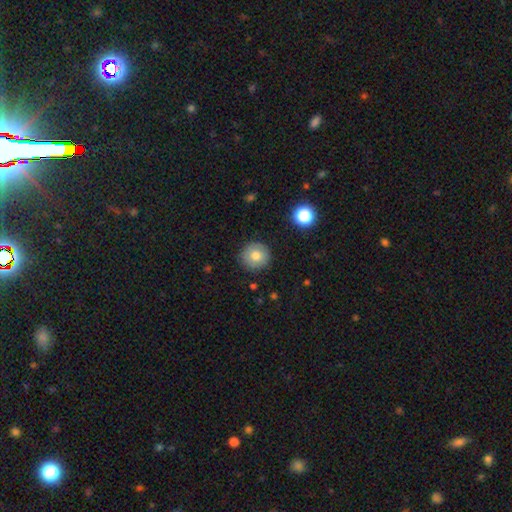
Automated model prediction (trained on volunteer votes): Smooth or featured?
  - smooth: 78% *
  - featured or disk: 12%
  - star or artifact: 10%
How rounded?
  - round: 94% *
  - in between: 5%
  - cigar-shaped: 1%
Merging?
  - none: 89% *
  - minor disturbance: 8%
  - major disturbance: 2%
  - merger: 1%